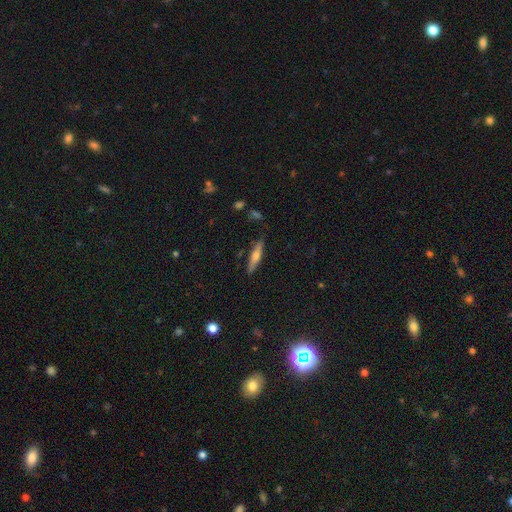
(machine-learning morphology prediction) A smooth galaxy with no disk features (50%).

Vote fractions:
- Smooth or featured? smooth: 50% / featured or disk: 44% / star or artifact: 7%
- Merging? none: 86% / minor disturbance: 10% / major disturbance: 2% / merger: 2%